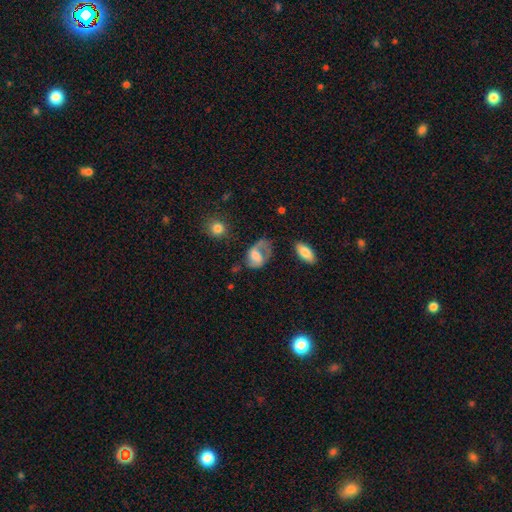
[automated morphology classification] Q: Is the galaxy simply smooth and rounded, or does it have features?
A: featured or disk — 52%.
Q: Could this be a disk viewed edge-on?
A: no — 95%.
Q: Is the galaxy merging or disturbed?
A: major disturbance — 36%.